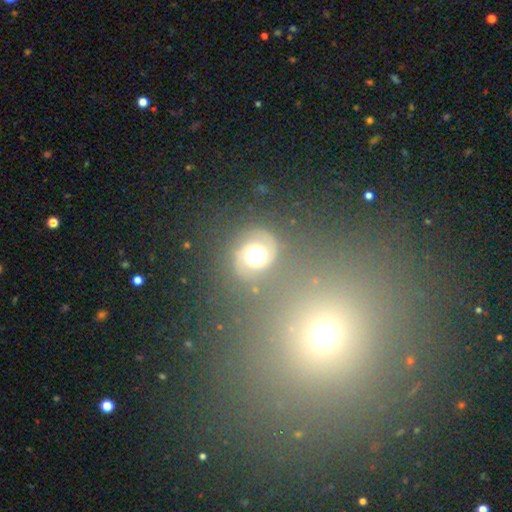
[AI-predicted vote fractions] This appears to be a featured or disk galaxy (63%) with no bar (76%), 2 (81%) medium (46%) spiral arms (86%) and a moderate central bulge (44%). Merging: none (71%).